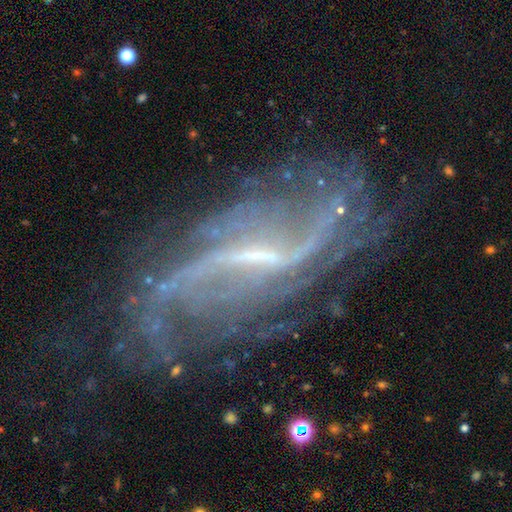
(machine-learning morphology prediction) This appears to be a featured or disk galaxy (85%) with a strong bar (47%), 2 (64%) loose (70%) spiral arms (90%) and a small central bulge (56%). Merging: none (62%).